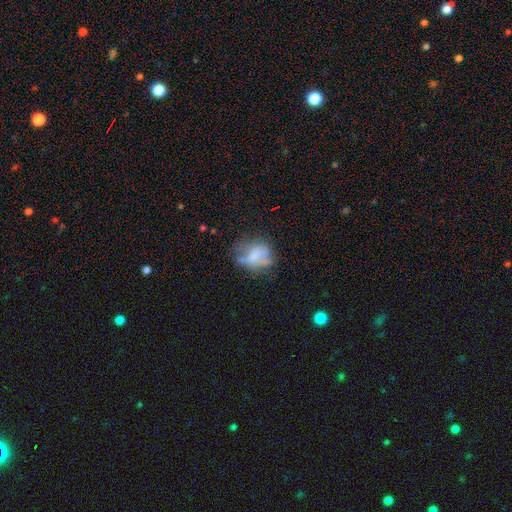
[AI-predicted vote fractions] Smooth or featured? smooth (57%)
How rounded? round (50%)
Merging? none (45%)